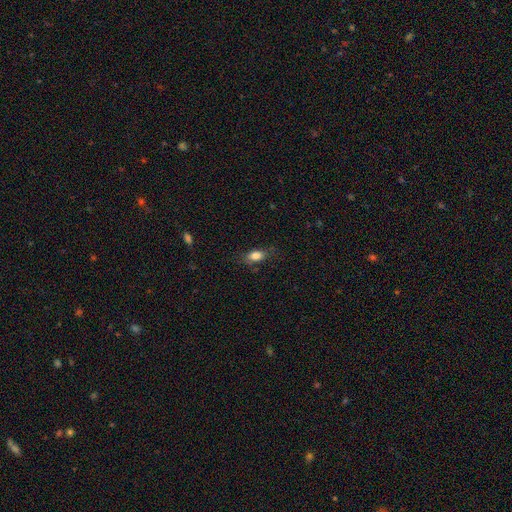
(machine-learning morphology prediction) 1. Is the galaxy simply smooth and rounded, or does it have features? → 82% smooth, 9% featured or disk, 9% star or artifact.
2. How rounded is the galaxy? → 82% in between, 9% cigar-shaped, 8% round.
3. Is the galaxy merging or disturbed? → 75% none, 18% minor disturbance, 6% major disturbance, 1% merger.